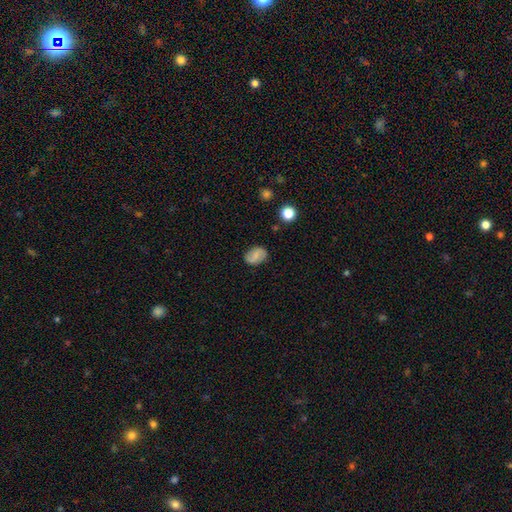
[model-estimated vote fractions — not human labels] Overall: smooth (51%; featured or disk 40%). How rounded: in between (73%). Merging: none (81%).